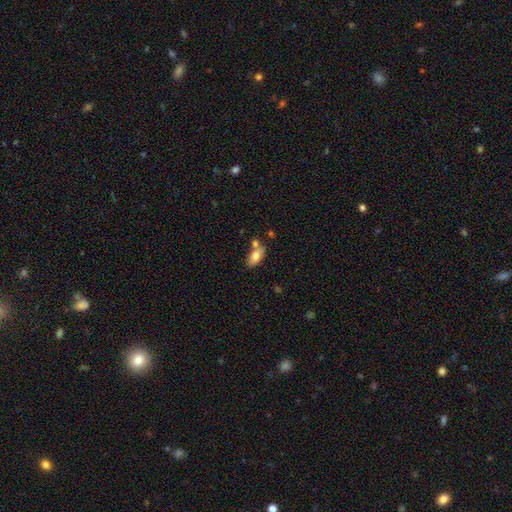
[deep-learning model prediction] Overall: smooth (77%). How rounded: in between (90%). Merging: none (58%; merger 23%).